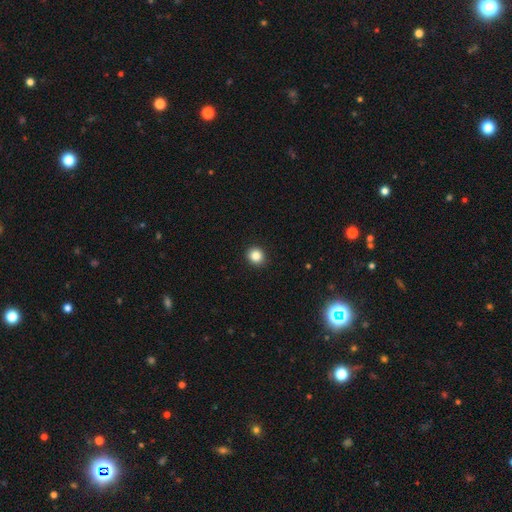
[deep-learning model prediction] Smooth or featured: smooth — 86% (star or artifact — 10%)
How rounded: round — 86% (in between — 14%)
Merging: none — 92% (minor disturbance — 5%)